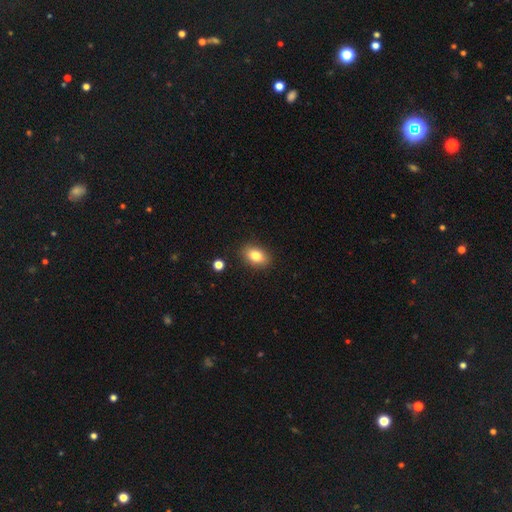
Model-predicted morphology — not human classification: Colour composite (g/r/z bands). It shows a smooth galaxy with no disk features (82%) that is in between round and cigar-shaped (82%). Merging: none (87%).